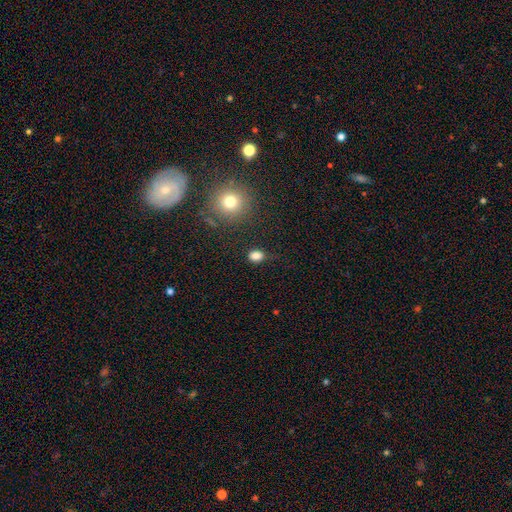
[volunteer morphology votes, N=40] A smooth galaxy with no disk features (88%) that is in between round and cigar-shaped (54%).

Vote fractions:
- Smooth or featured? smooth: 88% / featured or disk: 8% / star or artifact: 5%
- How rounded? in between: 54% / round: 46% / cigar-shaped: 0%
- Merging? none: 76% / minor disturbance: 16% / merger: 5% / major disturbance: 3%